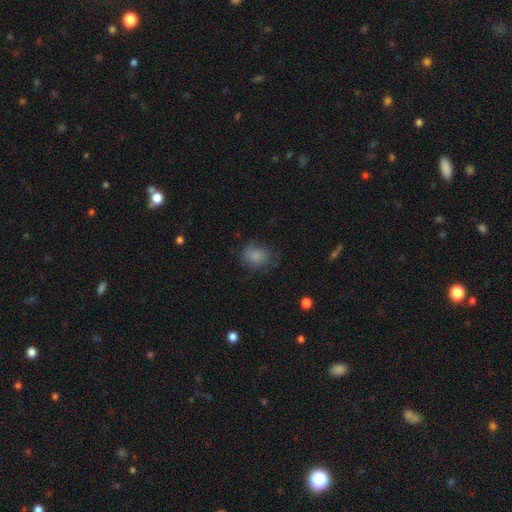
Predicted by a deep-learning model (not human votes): smooth_or_featured: smooth (p=0.81) [alt: star or artifact p=0.10]
how_rounded: round (p=0.52) [alt: in between p=0.47]
merging: none (p=0.63) [alt: minor disturbance p=0.24]